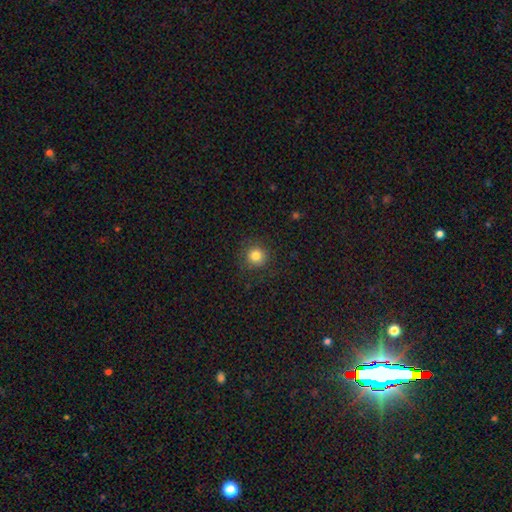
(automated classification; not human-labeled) Morphology: type=smooth (82%); roundness=round (94%); merging=none (87%).